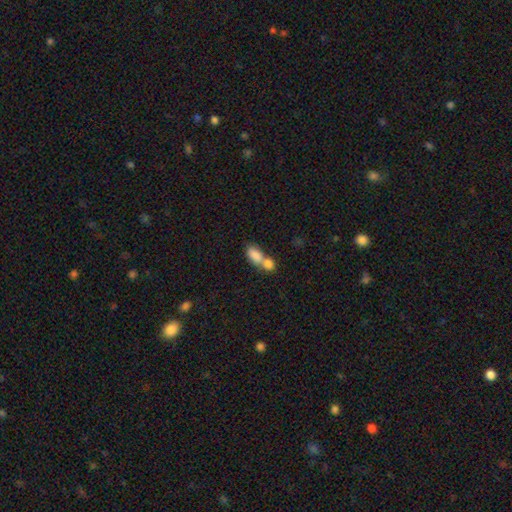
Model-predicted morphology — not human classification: type=smooth (81%); roundness=in between (83%); merging=merger (69%).